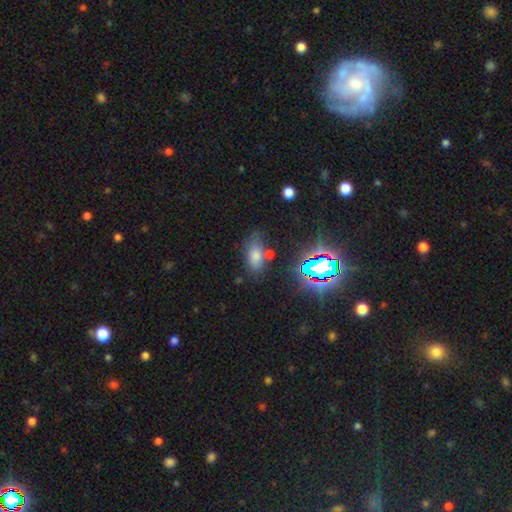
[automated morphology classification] This appears to be a smooth galaxy with no disk features (60%) that is in between round and cigar-shaped (85%). Merging: none (69%).